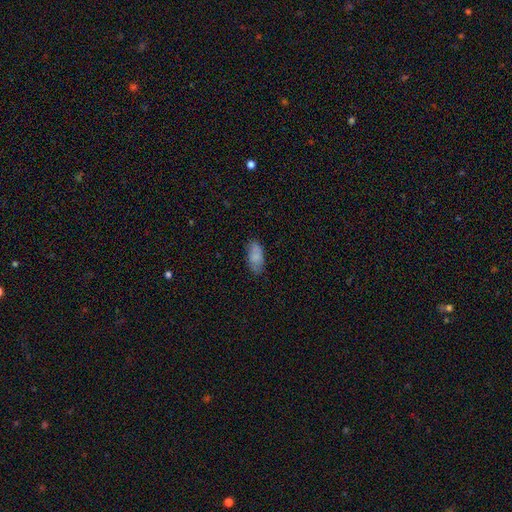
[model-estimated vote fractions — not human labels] Smooth or featured: smooth — 83% (featured or disk — 10%)
How rounded: in between — 89% (cigar-shaped — 9%)
Merging: none — 79% (minor disturbance — 16%)